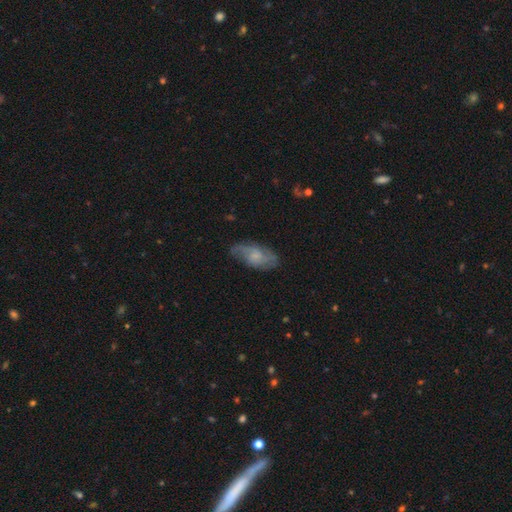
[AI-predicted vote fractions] This is possibly a featured or disk galaxy (59%). It is clearly not viewed edge-on (93%). Bar: likely no (65%). Spiral arm pattern: clearly yes (85%). Central bulge: possibly small (46%). Merging: likely none (67%).